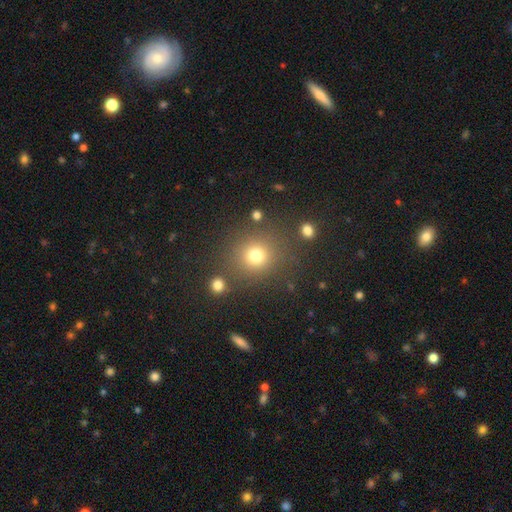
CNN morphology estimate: smooth-or-featured: smooth: 76% | star or artifact: 17% | featured or disk: 7%
  how-rounded: round: 87% | in between: 12% | cigar-shaped: 1%
  merging: none: 79% | minor disturbance: 10% | merger: 6% | major disturbance: 5%